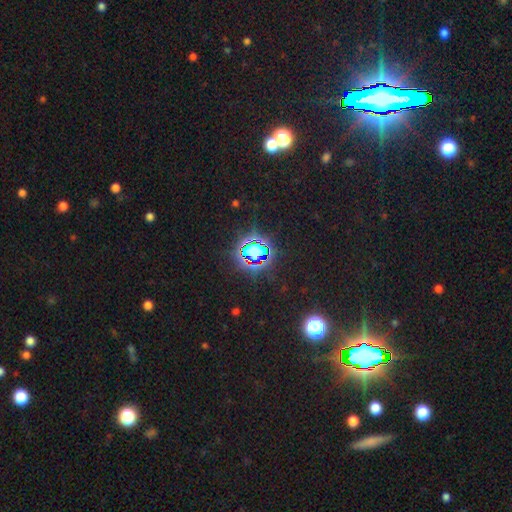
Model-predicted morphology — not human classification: The model was most divided on "smooth or featured": star or artifact: 75%, smooth: 16%, featured or disk: 9%.